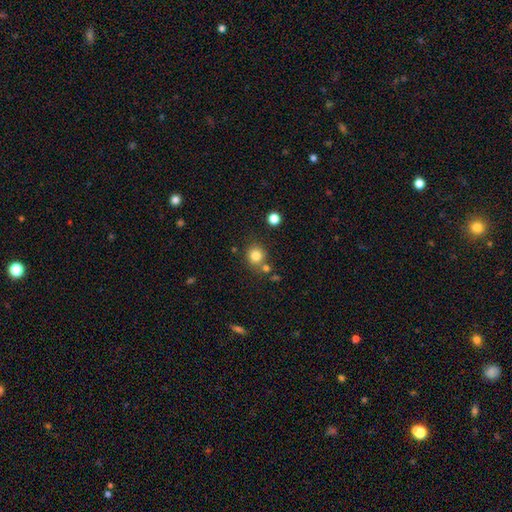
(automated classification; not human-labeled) Smooth or featured?
  - smooth: 82% *
  - star or artifact: 12%
  - featured or disk: 6%
How rounded?
  - round: 88% *
  - in between: 11%
  - cigar-shaped: 1%
Merging?
  - none: 75% *
  - merger: 12%
  - minor disturbance: 10%
  - major disturbance: 3%